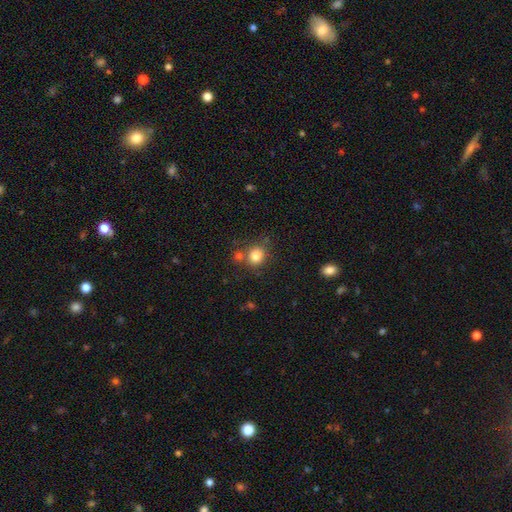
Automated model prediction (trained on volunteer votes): Overall: smooth (82%). How rounded: round (75%). Merging: none (67%).